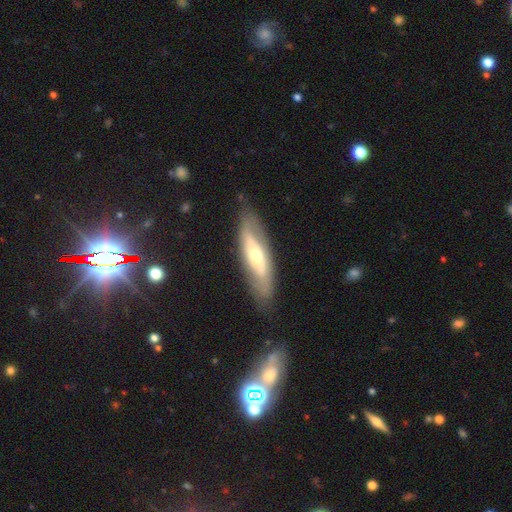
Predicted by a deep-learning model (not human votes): smooth_or_featured: featured or disk (p=0.60) [alt: smooth p=0.34]
disk_edge_on: no (p=0.67) [alt: yes p=0.33]
merging: none (p=0.78) [alt: minor disturbance p=0.15]